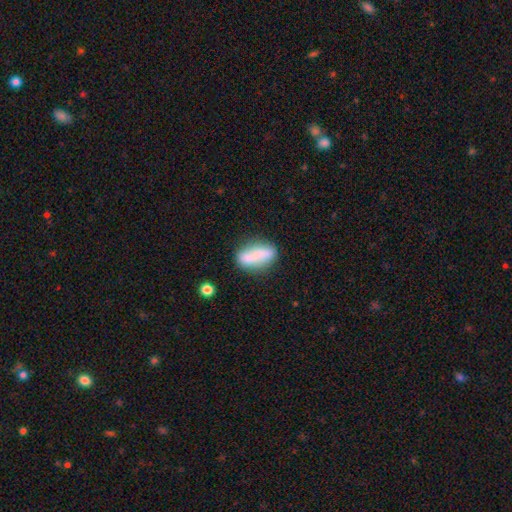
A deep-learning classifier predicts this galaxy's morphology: A smooth galaxy with no disk features (71%) that is in between round and cigar-shaped (71%). Merging: none (60%).